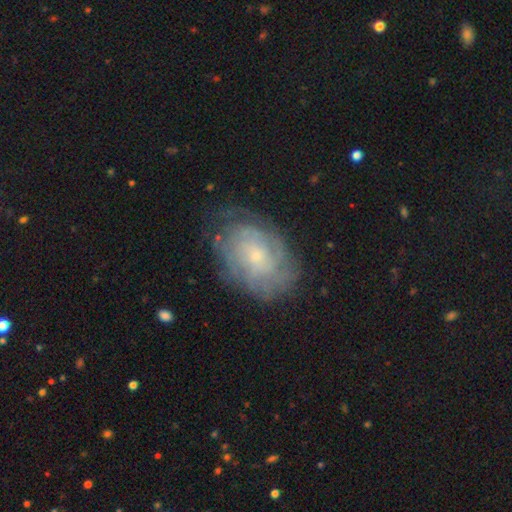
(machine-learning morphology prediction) A featured or disk galaxy (68%) with no bar (78%), tight (68%) spiral arms (82%) and a small central bulge (67%). Merging: none (70%).